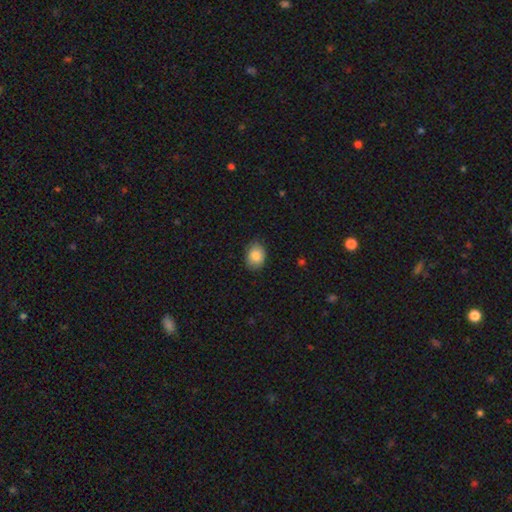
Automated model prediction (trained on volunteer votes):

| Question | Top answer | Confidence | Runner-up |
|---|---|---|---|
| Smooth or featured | smooth | 84% | featured or disk (8%) |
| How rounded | in between | 62% | round (37%) |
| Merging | none | 83% | minor disturbance (13%) |